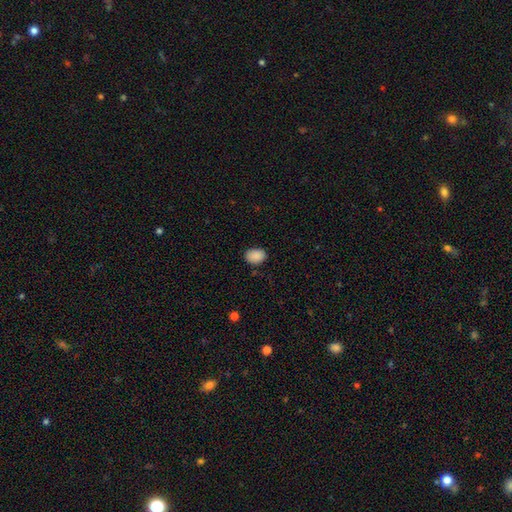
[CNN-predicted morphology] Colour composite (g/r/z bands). It shows a smooth galaxy with no disk features (89%) that is in between round and cigar-shaped (75%). Merging: none (82%).